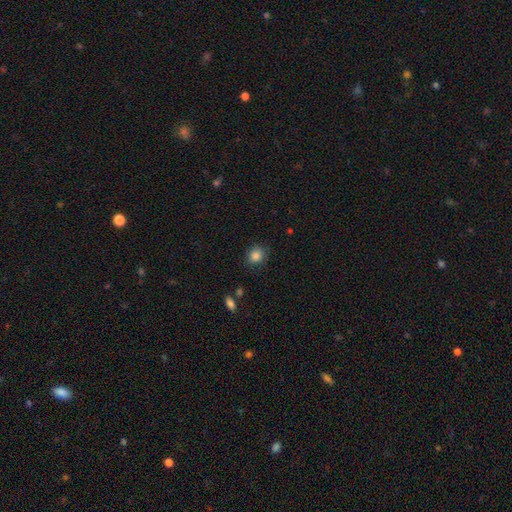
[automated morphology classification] A smooth galaxy with no disk features (85%) that is round (78%).

Vote fractions:
- Smooth or featured? smooth: 85% / star or artifact: 10% / featured or disk: 5%
- How rounded? round: 78% / in between: 21% / cigar-shaped: 1%
- Merging? none: 83% / minor disturbance: 12% / major disturbance: 3% / merger: 2%